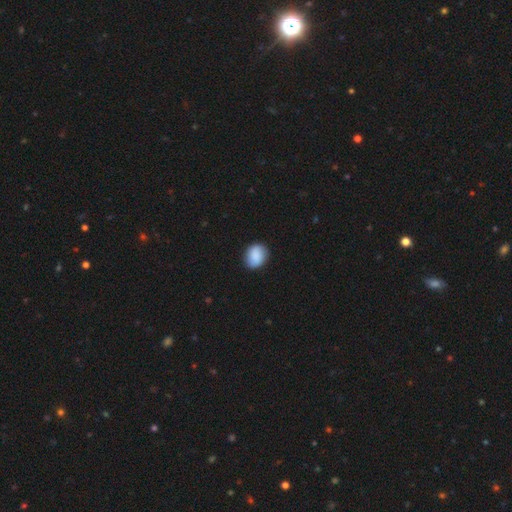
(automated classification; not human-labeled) This is clearly a smooth galaxy (86%). How rounded: possibly round (54%). Merging: clearly none (85%).